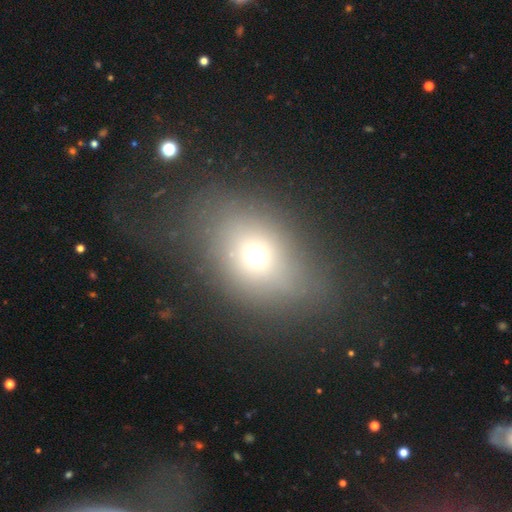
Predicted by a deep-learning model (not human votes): A smooth galaxy with no disk features (65%) that is in between round and cigar-shaped (63%). Merging: none (64%).